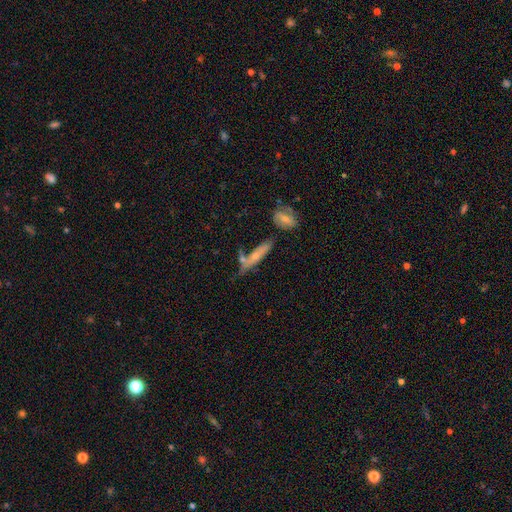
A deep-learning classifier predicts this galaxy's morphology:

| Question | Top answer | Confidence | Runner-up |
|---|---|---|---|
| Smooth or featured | smooth | 48% | featured or disk (44%) |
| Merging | none | 48% | merger (21%) |